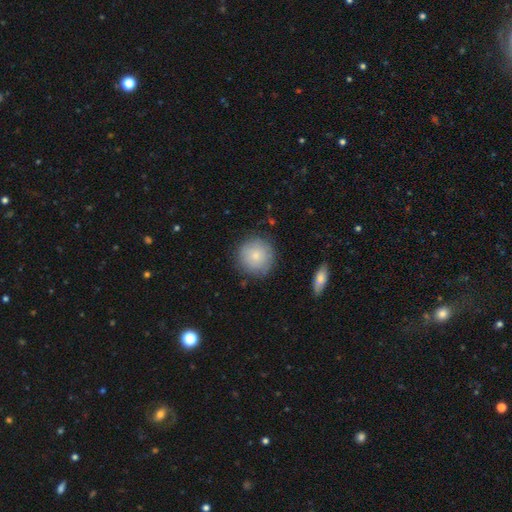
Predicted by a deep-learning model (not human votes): Smooth or featured: smooth — 79% (featured or disk — 14%)
How rounded: round — 94% (in between — 5%)
Merging: none — 84% (minor disturbance — 12%)